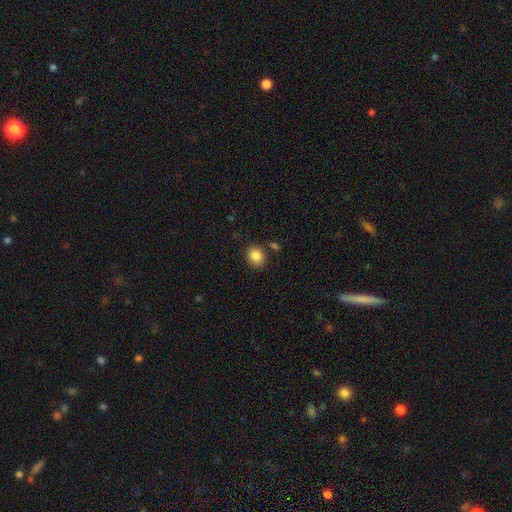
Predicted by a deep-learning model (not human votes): A smooth galaxy with no disk features (86%) that is round (57%).

Vote fractions:
- Smooth or featured? smooth: 86% / star or artifact: 9% / featured or disk: 5%
- How rounded? round: 57% / in between: 42% / cigar-shaped: 1%
- Merging? none: 84% / minor disturbance: 9% / merger: 4% / major disturbance: 3%